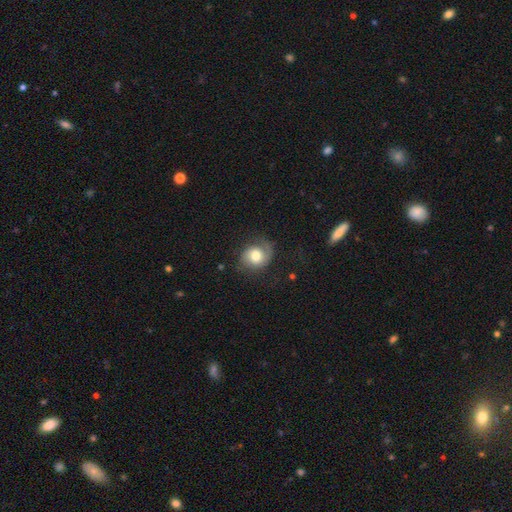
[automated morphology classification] This is possibly a smooth galaxy (58%). How rounded: likely round (65%). Merging: likely none (62%).